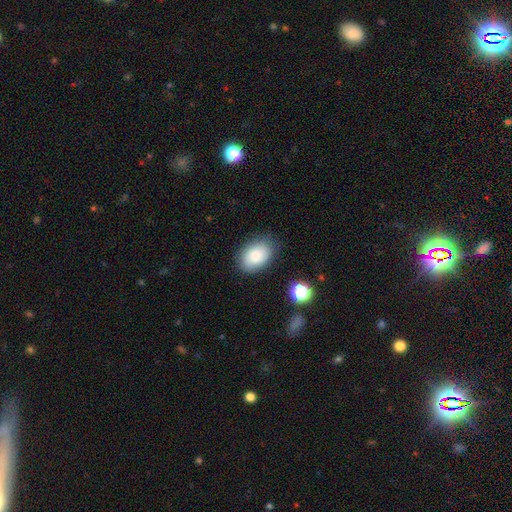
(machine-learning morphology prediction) Smooth or featured: smooth — 81% (featured or disk — 11%)
How rounded: in between — 83% (round — 16%)
Merging: none — 80% (minor disturbance — 15%)